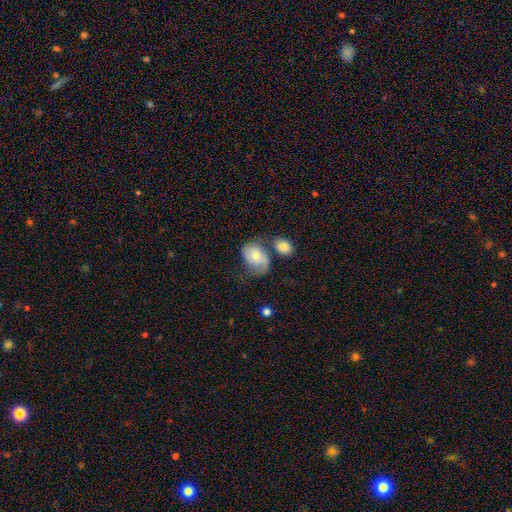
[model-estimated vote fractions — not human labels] Smooth or featured?
  - smooth: 54% *
  - featured or disk: 39%
  - star or artifact: 7%
How rounded?
  - in between: 70% *
  - round: 29%
  - cigar-shaped: 1%
Merging?
  - none: 38% *
  - minor disturbance: 25%
  - merger: 21%
  - major disturbance: 15%